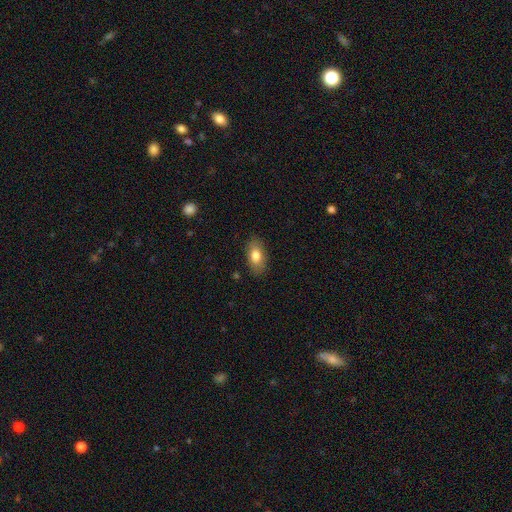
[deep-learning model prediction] smooth_or_featured: smooth (p=0.80) [alt: featured or disk p=0.13]
how_rounded: in between (p=0.90) [alt: round p=0.06]
merging: none (p=0.85) [alt: minor disturbance p=0.12]